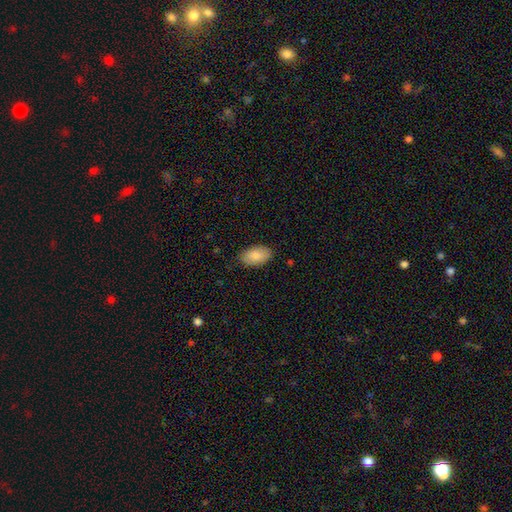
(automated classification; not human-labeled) Smooth or featured? Predicted: smooth (p=0.85). How rounded? Predicted: in between (p=0.94). Merging? Predicted: none (p=0.86).